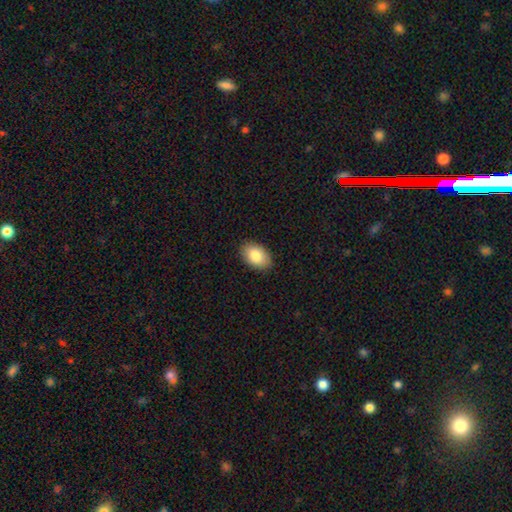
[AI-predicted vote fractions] Morphology: type=smooth (85%); roundness=in between (89%); merging=none (89%).